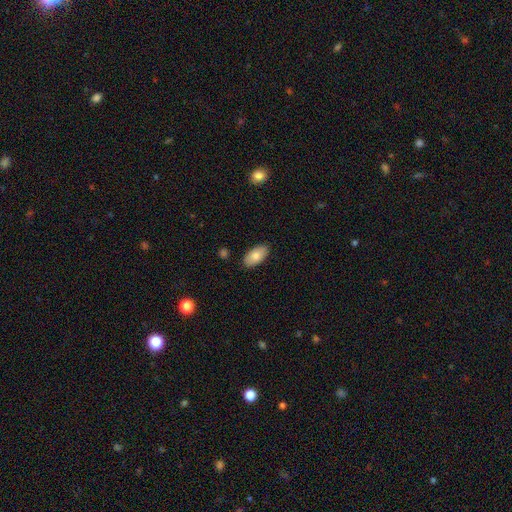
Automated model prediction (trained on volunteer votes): A smooth galaxy with no disk features (79%) that is in between round and cigar-shaped (95%).

Vote fractions:
- Smooth or featured? smooth: 79% / featured or disk: 15% / star or artifact: 6%
- How rounded? in between: 95% / round: 3% / cigar-shaped: 2%
- Merging? none: 88% / minor disturbance: 9% / major disturbance: 2% / merger: 1%